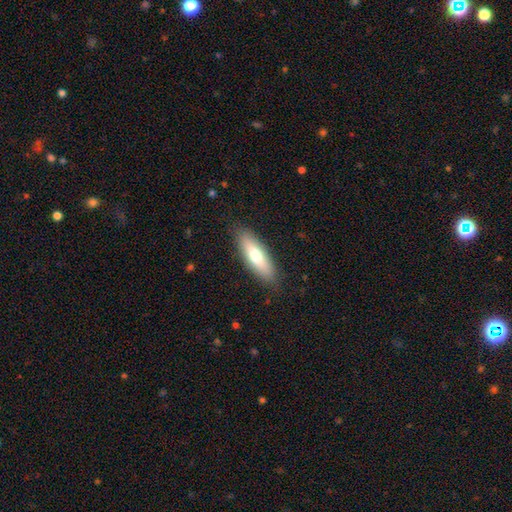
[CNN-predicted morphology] Smooth or featured? Predicted: smooth (p=0.71). How rounded? Predicted: in between (p=0.54). Merging? Predicted: none (p=0.86).